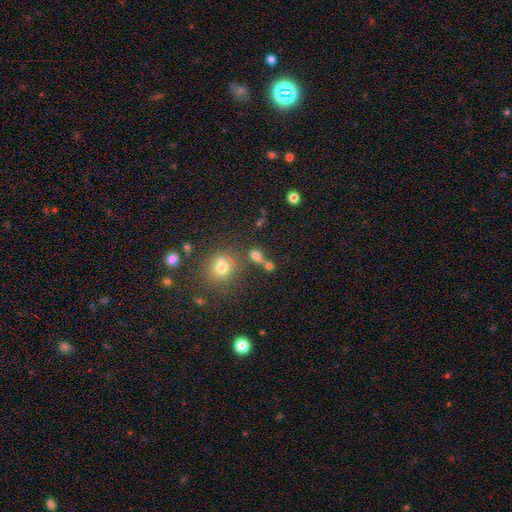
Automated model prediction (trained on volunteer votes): smooth 68%, star or artifact 20%, featured or disk 13%. Down the decision tree: how rounded — round (55%); merging — none (46%).